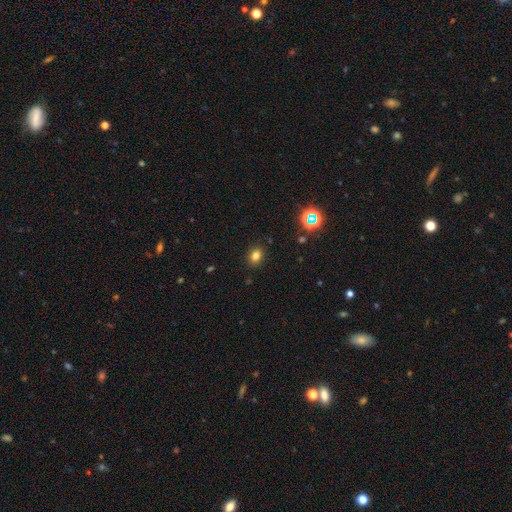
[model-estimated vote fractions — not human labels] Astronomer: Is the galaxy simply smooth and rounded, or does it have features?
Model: smooth — 78%.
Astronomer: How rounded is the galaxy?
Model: in between — 56% (runner-up: round, 43%).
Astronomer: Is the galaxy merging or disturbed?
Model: none — 88%.